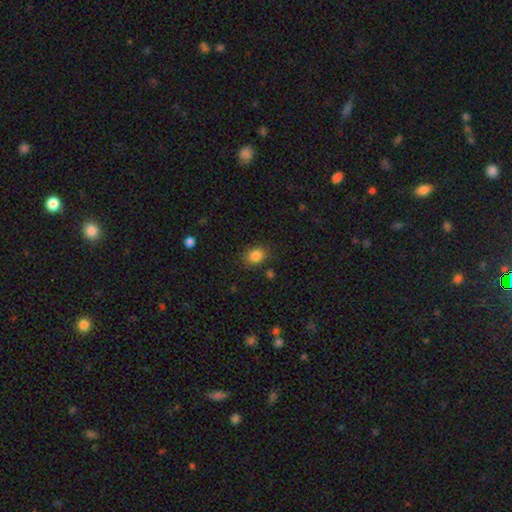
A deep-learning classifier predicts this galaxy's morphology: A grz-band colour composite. It shows a smooth galaxy with no disk features (85%) that is round (52%). Merging: none (82%).